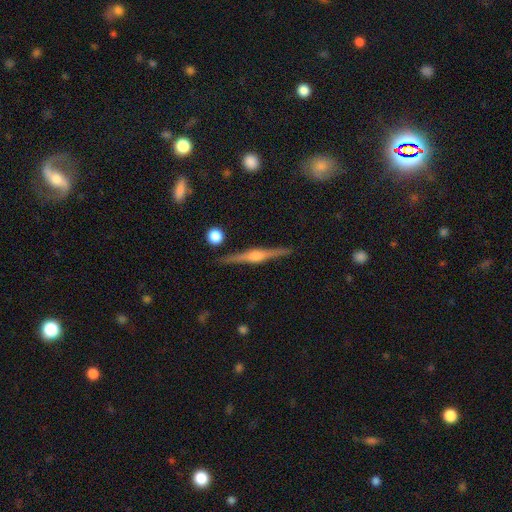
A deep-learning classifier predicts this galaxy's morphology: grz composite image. It shows a featured or disk galaxy (85%) viewed edge-on (98%) with a rounded central bulge (90%). Merging: none (91%).